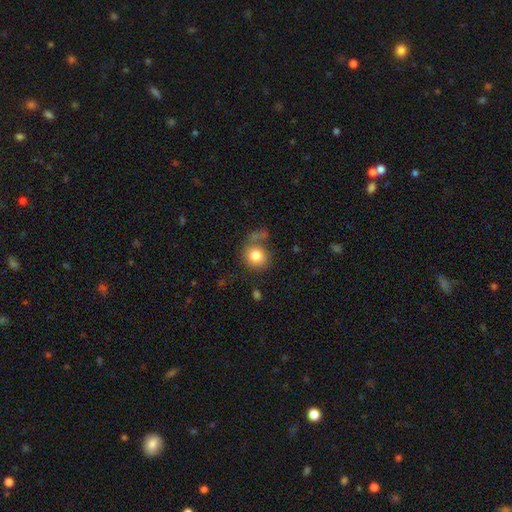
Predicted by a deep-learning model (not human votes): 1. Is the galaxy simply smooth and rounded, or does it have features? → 81% smooth, 10% featured or disk, 9% star or artifact.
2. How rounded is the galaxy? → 81% round, 18% in between, 1% cigar-shaped.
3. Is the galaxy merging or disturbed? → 63% none, 16% minor disturbance, 12% merger, 9% major disturbance.